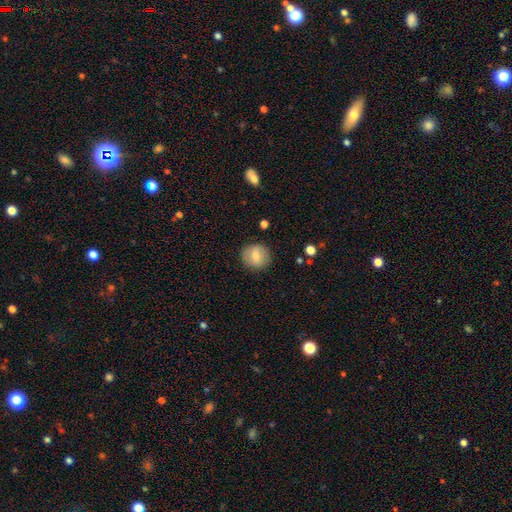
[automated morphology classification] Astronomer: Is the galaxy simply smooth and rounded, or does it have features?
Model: smooth — 70%.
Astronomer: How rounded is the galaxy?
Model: round — 81%.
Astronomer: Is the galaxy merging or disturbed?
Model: none — 86%.